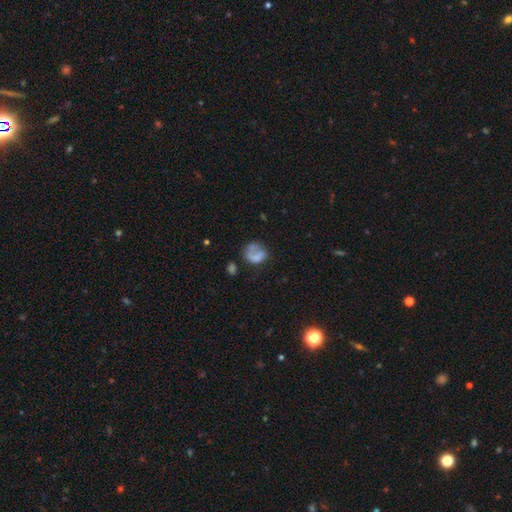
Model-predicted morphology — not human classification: type=smooth (58%); roundness=round (57%); merging=none (39%).